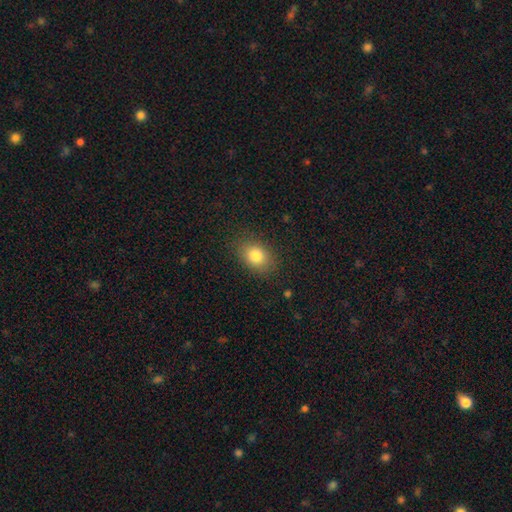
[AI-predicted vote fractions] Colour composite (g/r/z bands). It shows a smooth galaxy with no disk features (82%) that is in between round and cigar-shaped (73%). Merging: none (84%).